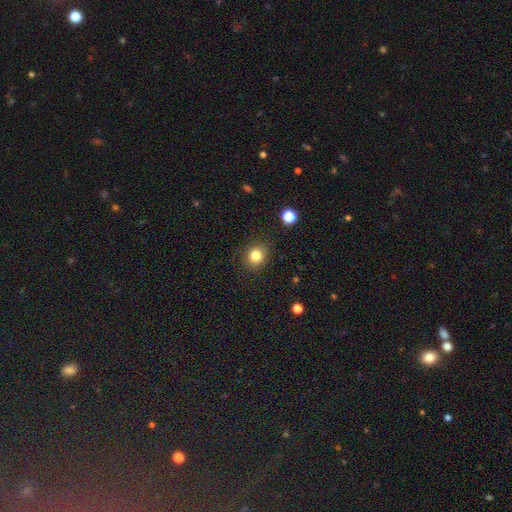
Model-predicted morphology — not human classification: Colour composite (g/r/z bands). It shows a smooth galaxy with no disk features (82%) that is round (79%). Merging: none (88%).